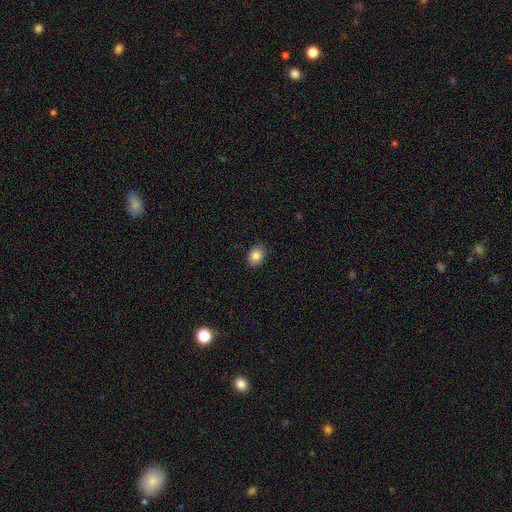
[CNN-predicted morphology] The model was most divided on "how rounded": in between: 71%, round: 28%, cigar-shaped: 1%. More confident: merging — none (88%); smooth or featured — smooth (84%).